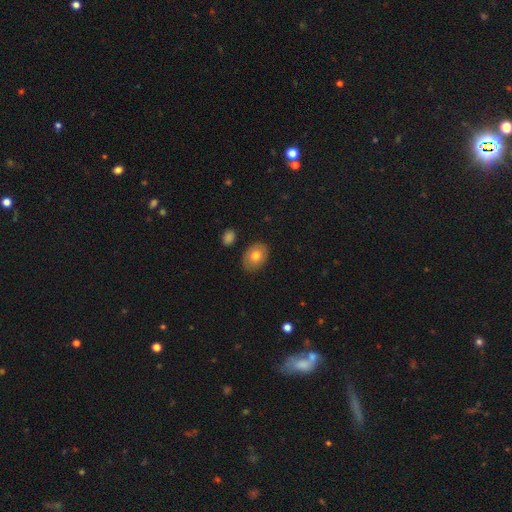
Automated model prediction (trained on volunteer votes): Smooth or featured?
  - smooth: 74% *
  - featured or disk: 19%
  - star or artifact: 8%
How rounded?
  - in between: 75% *
  - round: 25%
  - cigar-shaped: 1%
Merging?
  - none: 84% *
  - minor disturbance: 12%
  - major disturbance: 3%
  - merger: 2%